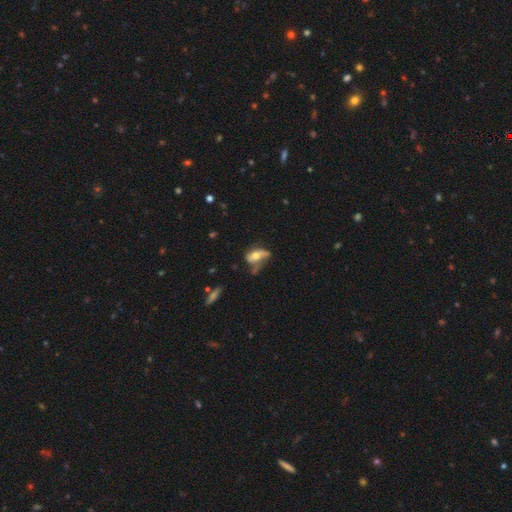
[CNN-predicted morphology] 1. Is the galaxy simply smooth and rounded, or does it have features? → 48% featured or disk, 43% smooth, 10% star or artifact.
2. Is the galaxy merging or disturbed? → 31% major disturbance, 30% none, 27% minor disturbance, 12% merger.